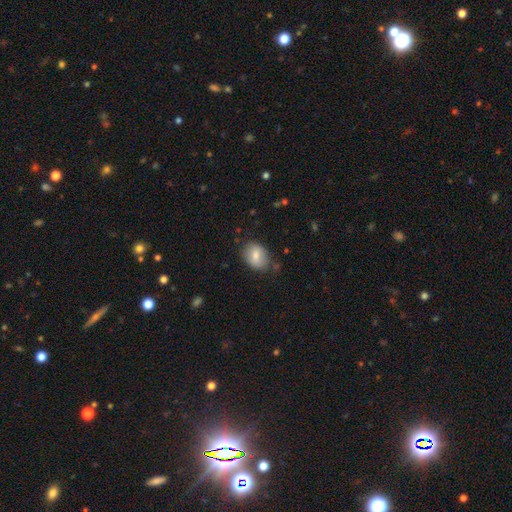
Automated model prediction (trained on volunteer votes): Smooth or featured?
  - smooth: 77% *
  - featured or disk: 15%
  - star or artifact: 8%
How rounded?
  - in between: 67% *
  - round: 32%
  - cigar-shaped: 1%
Merging?
  - none: 73% *
  - minor disturbance: 19%
  - major disturbance: 5%
  - merger: 2%